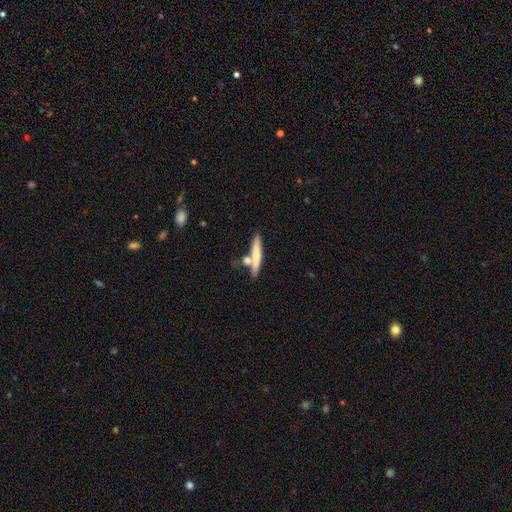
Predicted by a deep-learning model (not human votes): This appears to be a smooth galaxy with no disk features (63%) that is cigar-shaped (88%). Merging: none (59%).